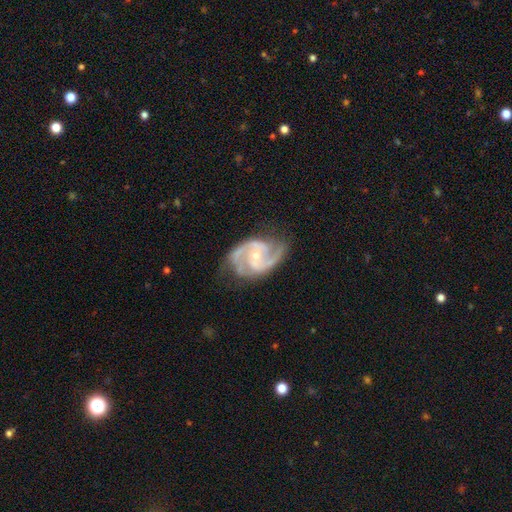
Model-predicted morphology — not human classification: Smooth or featured: featured or disk — 92% (star or artifact — 4%)
Edge-on disk: no — 98% (yes — 2%)
Bar: no — 43% (weak — 42%)
Spiral arms: yes — 98% (no — 2%)
Spiral winding: medium — 60% (tight — 27%)
Spiral arm count: 2 — 76% (3 — 14%)
Bulge size: small — 62% (moderate — 35%)
Merging: none — 70% (minor disturbance — 20%)